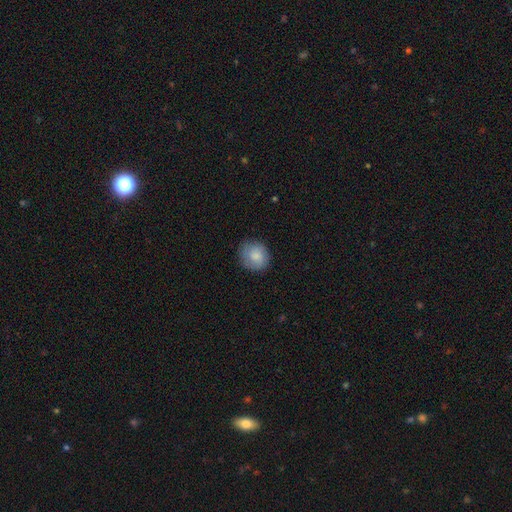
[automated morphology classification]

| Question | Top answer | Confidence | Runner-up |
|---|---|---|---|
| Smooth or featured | smooth | 82% | featured or disk (12%) |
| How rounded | round | 79% | in between (20%) |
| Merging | none | 80% | minor disturbance (15%) |